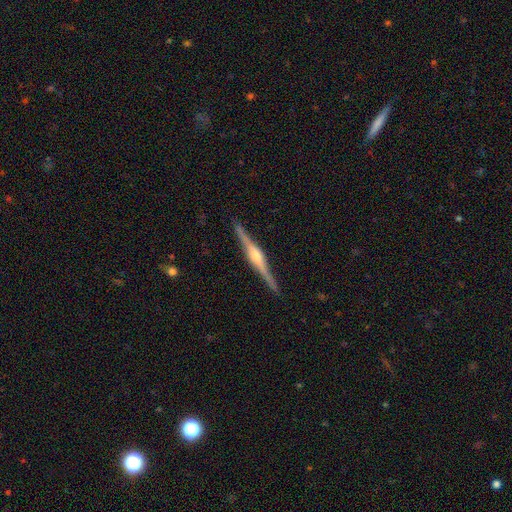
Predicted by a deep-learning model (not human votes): Morphology: type=featured or disk (85%); edge-on=yes (98%); edge-on bulge=rounded (76%); merging=none (90%).